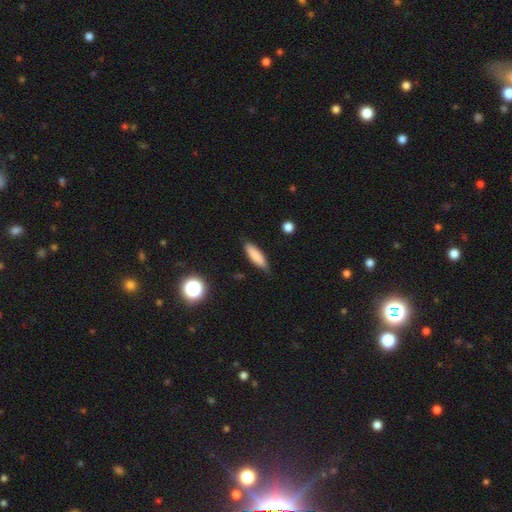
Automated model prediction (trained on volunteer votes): Overall: smooth (84%). How rounded: cigar-shaped (59%; in between 40%). Merging: none (83%).